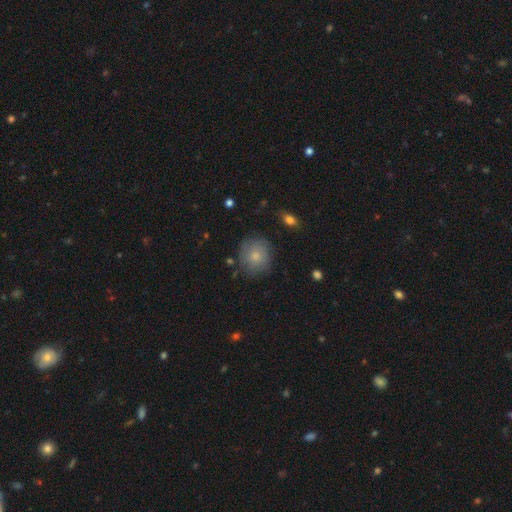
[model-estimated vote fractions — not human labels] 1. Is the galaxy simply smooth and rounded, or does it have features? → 75% smooth, 17% featured or disk, 8% star or artifact.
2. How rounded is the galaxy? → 84% round, 15% in between, 1% cigar-shaped.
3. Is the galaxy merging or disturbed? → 77% none, 17% minor disturbance, 5% major disturbance, 2% merger.